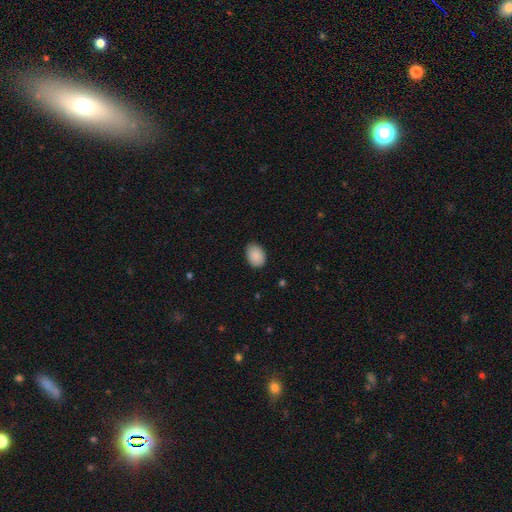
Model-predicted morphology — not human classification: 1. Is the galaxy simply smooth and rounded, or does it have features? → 89% smooth, 7% star or artifact, 4% featured or disk.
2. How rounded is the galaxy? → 75% in between, 24% round, 1% cigar-shaped.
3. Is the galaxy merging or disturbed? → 81% none, 15% minor disturbance, 3% major disturbance, 1% merger.